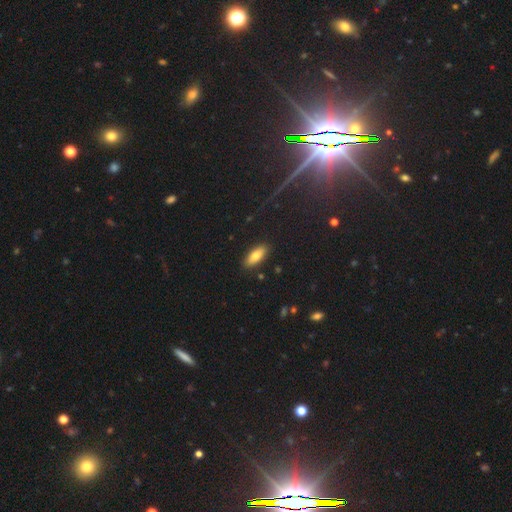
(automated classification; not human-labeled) This is likely a smooth galaxy (78%). How rounded: likely in between (77%). Merging: clearly none (88%).